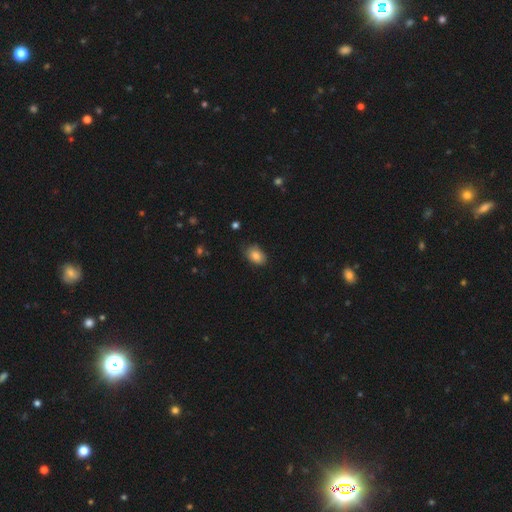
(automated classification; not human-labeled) smooth 84%, star or artifact 8%, featured or disk 7%. Down the decision tree: how rounded — in between (82%); merging — none (75%).